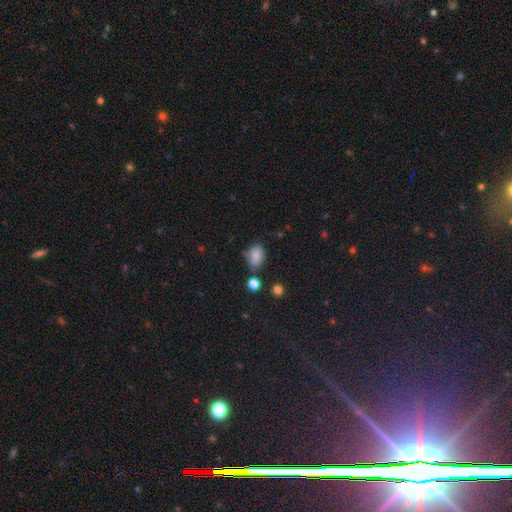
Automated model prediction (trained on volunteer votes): A smooth galaxy with no disk features (81%) that is in between round and cigar-shaped (76%). Merging: none (57%).